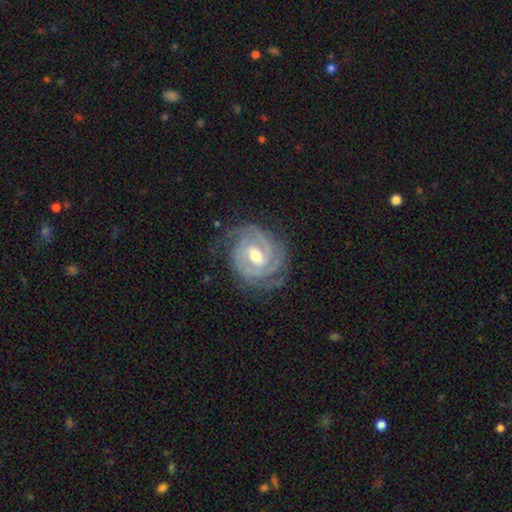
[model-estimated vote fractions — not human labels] This is clearly a featured or disk galaxy (91%). It is clearly not viewed edge-on (97%). Bar: possibly weak (48%). Spiral arm pattern: clearly yes (97%). Spiral arm count: possibly 2 (50%). Spiral winding: likely tight (76%). Central bulge: likely moderate (70%). Merging: likely none (74%).